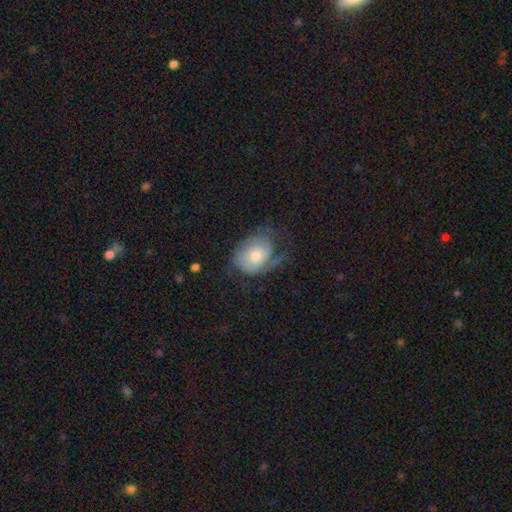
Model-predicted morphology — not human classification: Smooth or featured? featured or disk (49%)
Merging? none (44%)